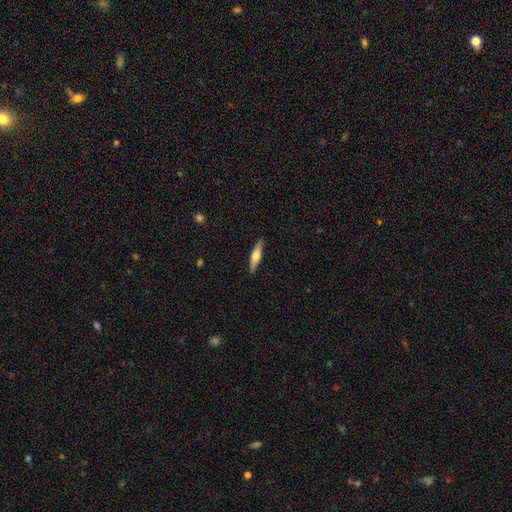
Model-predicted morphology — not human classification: Overall: smooth (48%; featured or disk 47%). Merging: none (89%).